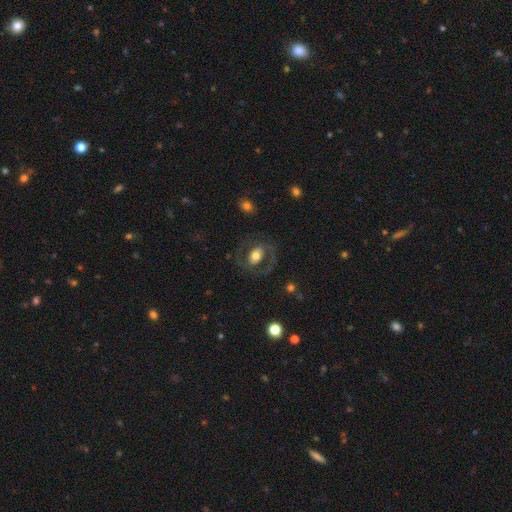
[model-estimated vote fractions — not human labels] Smooth or featured? Predicted: featured or disk (p=0.57). Edge-on disk? Predicted: no (p=0.95). Bar? Predicted: no (p=0.54). Spiral arms? Predicted: yes (p=0.56). Bulge size? Predicted: moderate (p=0.57). Merging? Predicted: none (p=0.70).